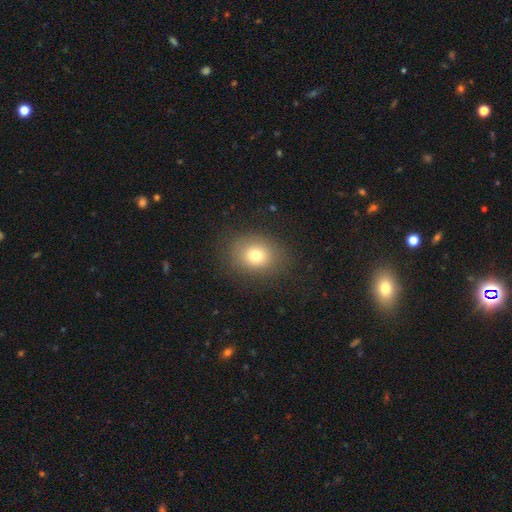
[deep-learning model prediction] A smooth galaxy with no disk features (75%) that is round (61%).

Vote fractions:
- Smooth or featured? smooth: 75% / star or artifact: 13% / featured or disk: 12%
- How rounded? round: 61% / in between: 38% / cigar-shaped: 1%
- Merging? none: 83% / minor disturbance: 11% / major disturbance: 5% / merger: 1%